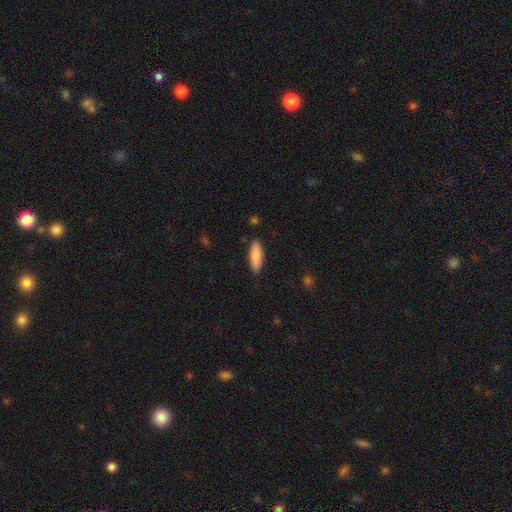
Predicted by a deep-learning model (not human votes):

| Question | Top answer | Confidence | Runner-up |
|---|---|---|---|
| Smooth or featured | smooth | 87% | featured or disk (7%) |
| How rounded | in between | 60% | cigar-shaped (39%) |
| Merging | none | 87% | minor disturbance (9%) |